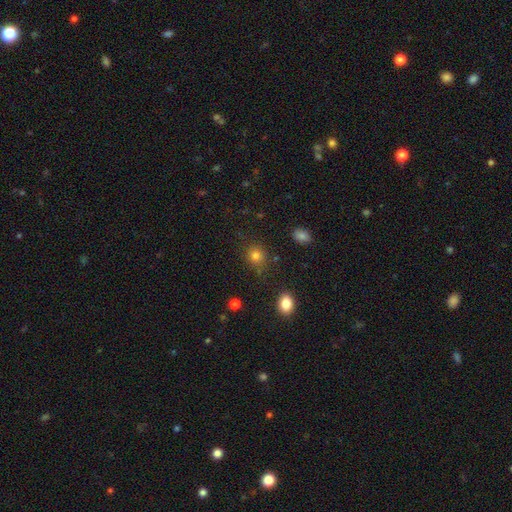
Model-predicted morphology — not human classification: Smooth or featured? Predicted: smooth (p=0.81). How rounded? Predicted: round (p=0.82). Merging? Predicted: none (p=0.82).